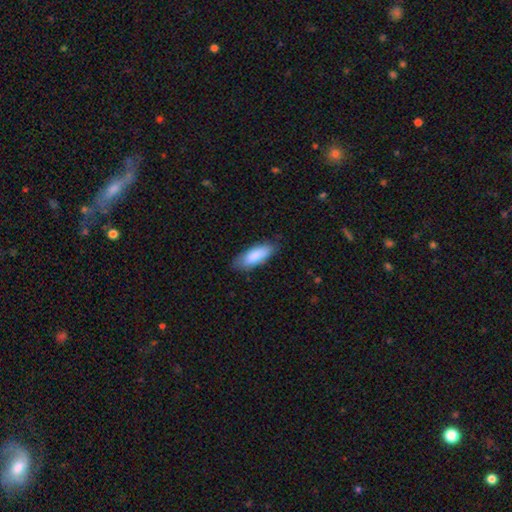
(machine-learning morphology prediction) type=smooth (85%); roundness=in between (68%); merging=none (81%).